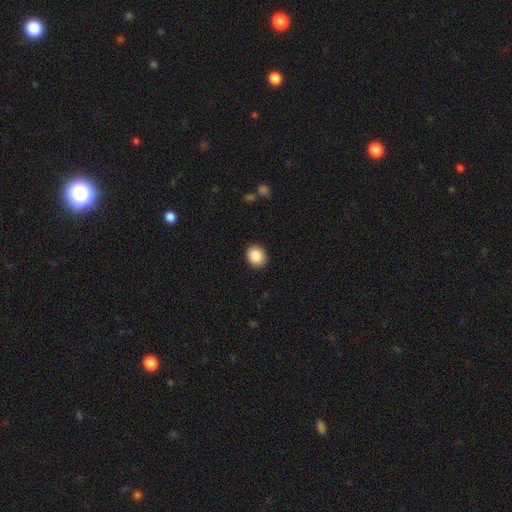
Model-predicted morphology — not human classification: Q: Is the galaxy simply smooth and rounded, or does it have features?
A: smooth — 89%.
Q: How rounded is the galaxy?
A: round — 67%.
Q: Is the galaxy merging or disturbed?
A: none — 90%.